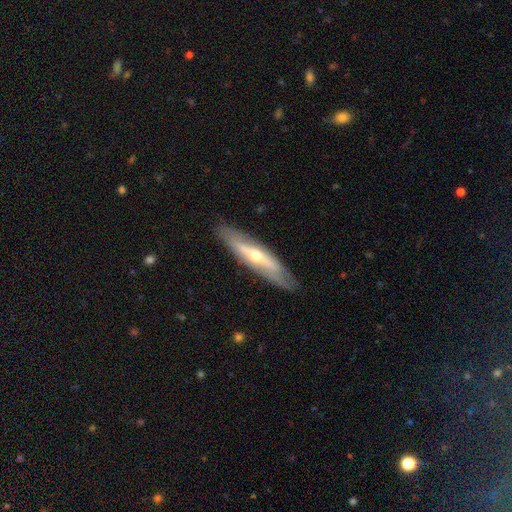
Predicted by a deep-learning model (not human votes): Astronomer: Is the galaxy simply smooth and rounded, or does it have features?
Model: featured or disk — 63%.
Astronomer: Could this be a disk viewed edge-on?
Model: yes — 63%.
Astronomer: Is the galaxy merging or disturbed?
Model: none — 84%.